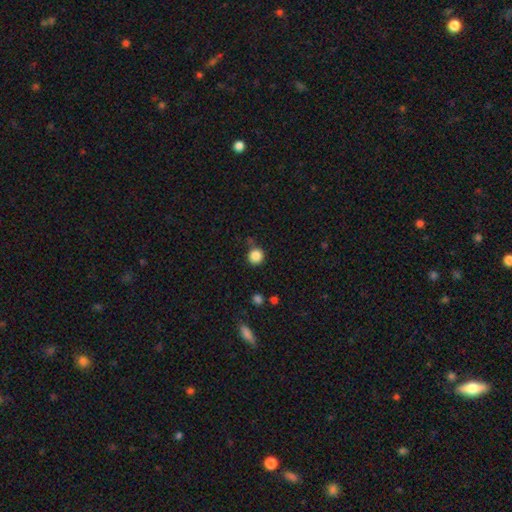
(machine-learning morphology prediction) Overall: smooth (86%). How rounded: round (93%). Merging: none (81%).